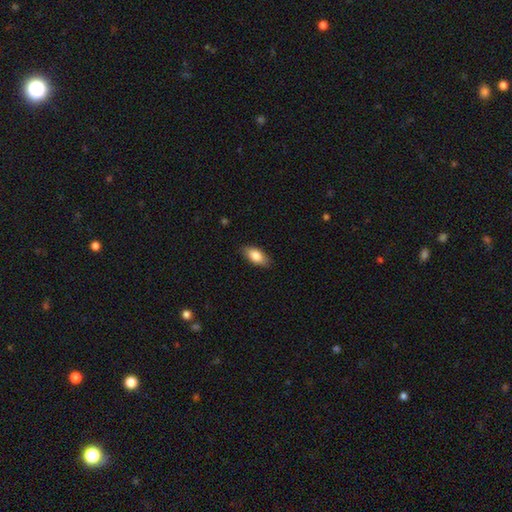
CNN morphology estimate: Smooth or featured? smooth (82%)
How rounded? in between (89%)
Merging? none (86%)